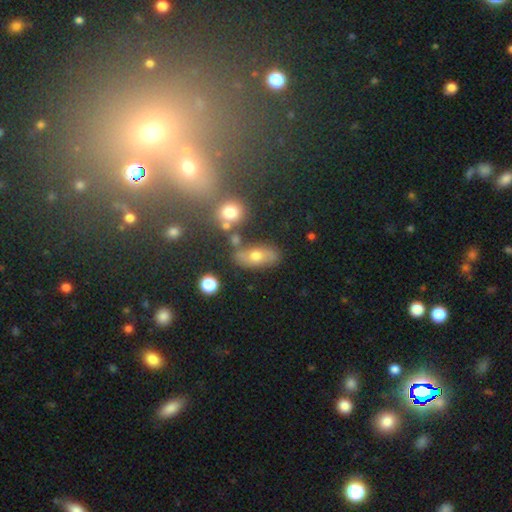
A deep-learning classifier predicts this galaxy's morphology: A smooth galaxy with no disk features (57%) that is in between round and cigar-shaped (82%). Merging: none (64%).